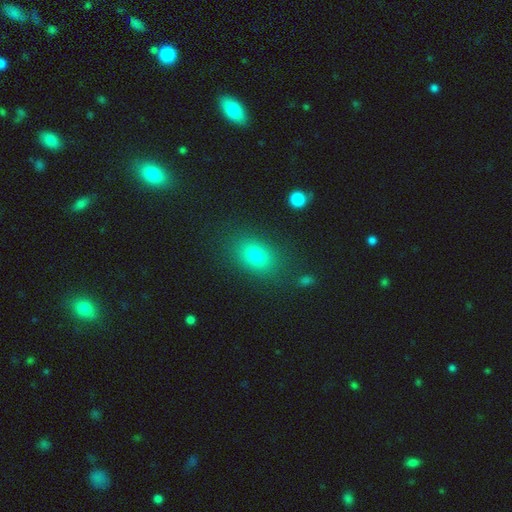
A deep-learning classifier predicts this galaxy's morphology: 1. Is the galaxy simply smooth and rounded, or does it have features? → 76% smooth, 13% star or artifact, 11% featured or disk.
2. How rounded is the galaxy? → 76% in between, 22% round, 2% cigar-shaped.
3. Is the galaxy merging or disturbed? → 82% none, 11% minor disturbance, 4% major disturbance, 3% merger.